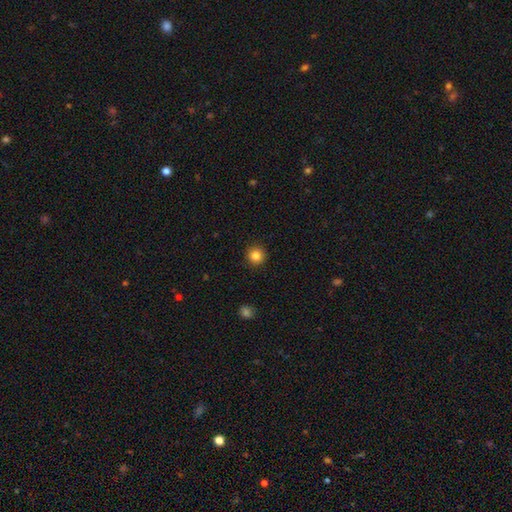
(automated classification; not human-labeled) The model was most divided on "smooth or featured": smooth: 84%, star or artifact: 11%, featured or disk: 5%. More confident: how rounded — round (95%); merging — none (92%).